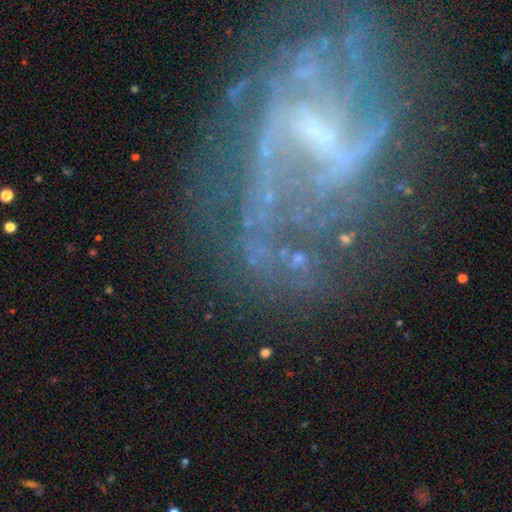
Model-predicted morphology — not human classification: smooth_or_featured: featured or disk (p=0.50) [alt: star or artifact p=0.33]
merging: none (p=0.57) [alt: major disturbance p=0.18]